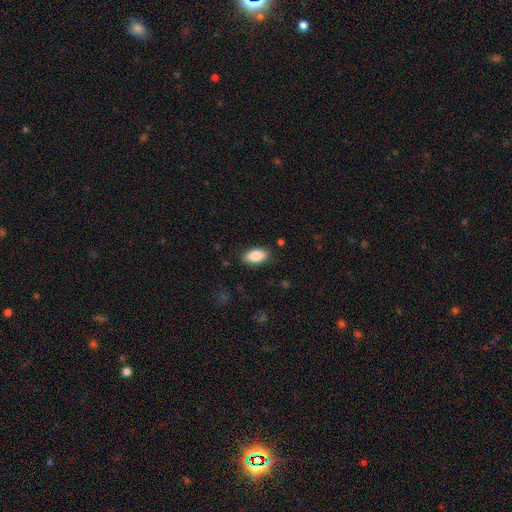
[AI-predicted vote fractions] This is clearly a smooth galaxy (85%). How rounded: clearly in between (92%). Merging: clearly none (86%).